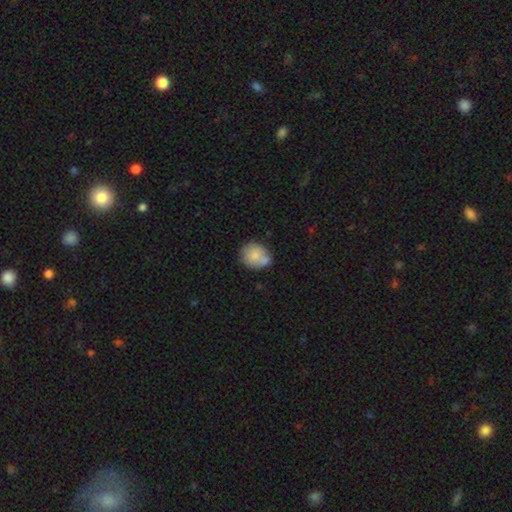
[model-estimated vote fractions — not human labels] A smooth galaxy with no disk features (77%) that is round (69%). Merging: none (54%).